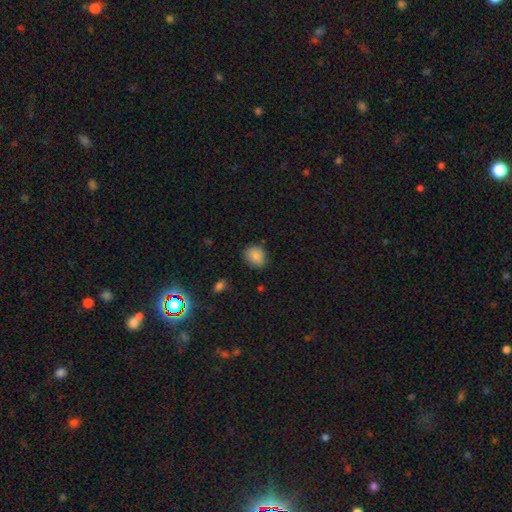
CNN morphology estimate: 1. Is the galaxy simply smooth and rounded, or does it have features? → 84% smooth, 10% star or artifact, 6% featured or disk.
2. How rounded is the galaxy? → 60% round, 39% in between, 1% cigar-shaped.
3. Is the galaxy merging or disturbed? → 74% none, 20% minor disturbance, 4% major disturbance, 2% merger.